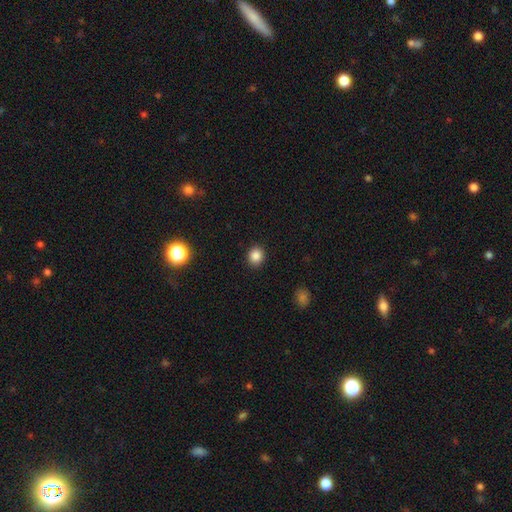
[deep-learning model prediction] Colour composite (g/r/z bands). It shows a smooth galaxy with no disk features (85%) that is round (82%). Merging: none (91%).